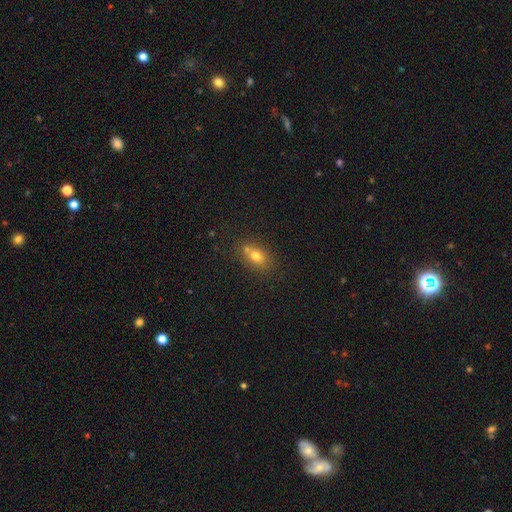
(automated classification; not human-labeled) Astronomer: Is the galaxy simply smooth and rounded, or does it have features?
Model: smooth — 71%.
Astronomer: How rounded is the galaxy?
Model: in between — 68%.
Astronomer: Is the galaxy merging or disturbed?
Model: none — 55%.